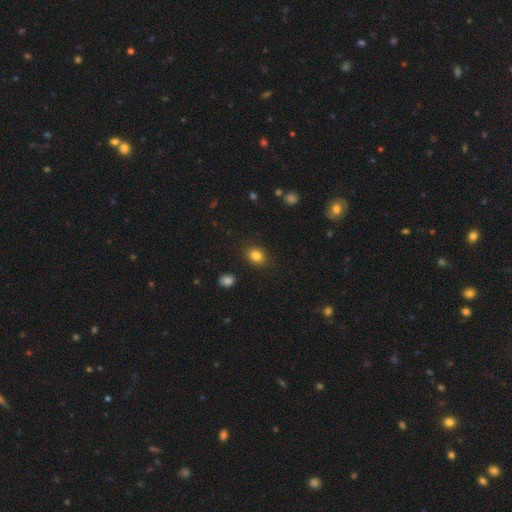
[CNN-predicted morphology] smooth_or_featured: smooth (p=0.83) [alt: star or artifact p=0.11]
how_rounded: in between (p=0.58) [alt: round p=0.41]
merging: none (p=0.87) [alt: minor disturbance p=0.09]